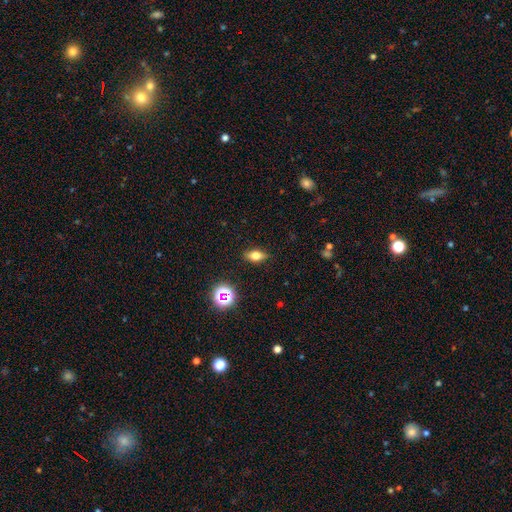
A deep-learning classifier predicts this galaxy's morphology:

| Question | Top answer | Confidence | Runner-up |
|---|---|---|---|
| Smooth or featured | smooth | 65% | featured or disk (22%) |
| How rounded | in between | 75% | cigar-shaped (14%) |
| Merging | none | 88% | minor disturbance (9%) |